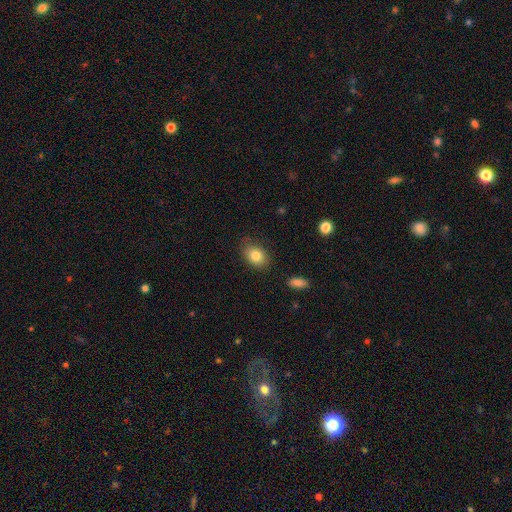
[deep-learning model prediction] Smooth or featured? Predicted: smooth (p=0.82). How rounded? Predicted: in between (p=0.74). Merging? Predicted: none (p=0.81).